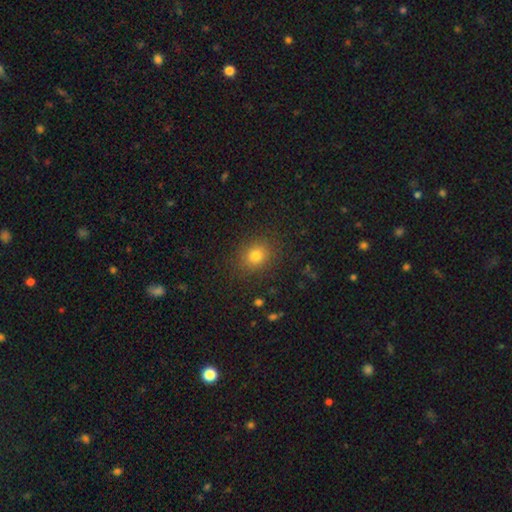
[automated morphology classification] This appears to be a smooth galaxy with no disk features (79%) that is round (70%). Merging: none (88%).